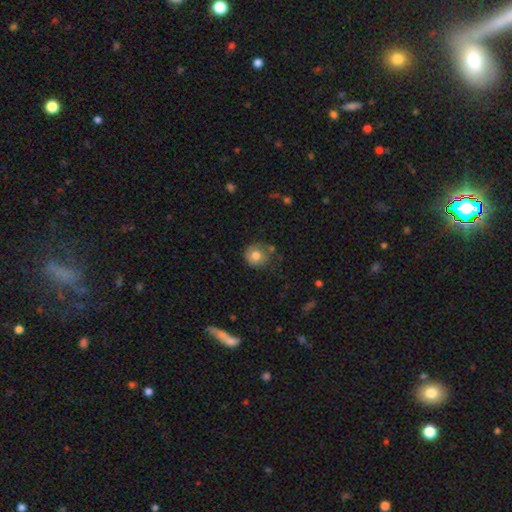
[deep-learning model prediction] Smooth or featured? Predicted: smooth (p=0.76). How rounded? Predicted: round (p=0.87). Merging? Predicted: none (p=0.63).